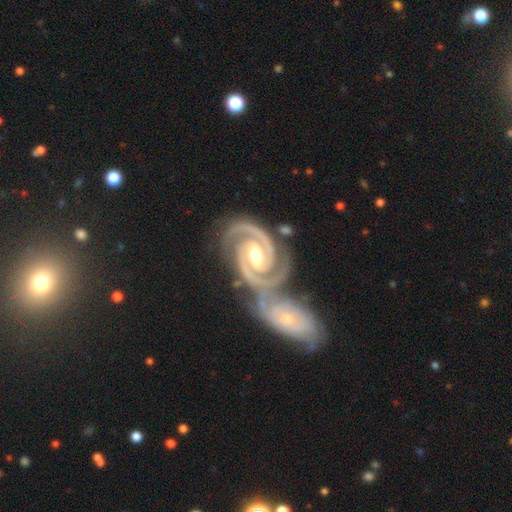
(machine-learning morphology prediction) Smooth or featured: featured or disk — 95% (star or artifact — 3%)
Edge-on disk: no — 98% (yes — 2%)
Bar: weak — 36% (strong — 33%)
Spiral arms: yes — 99% (no — 1%)
Spiral winding: tight — 68% (medium — 29%)
Spiral arm count: 2 — 88% (3 — 6%)
Bulge size: moderate — 73% (small — 18%)
Merging: merger — 47% (none — 38%)